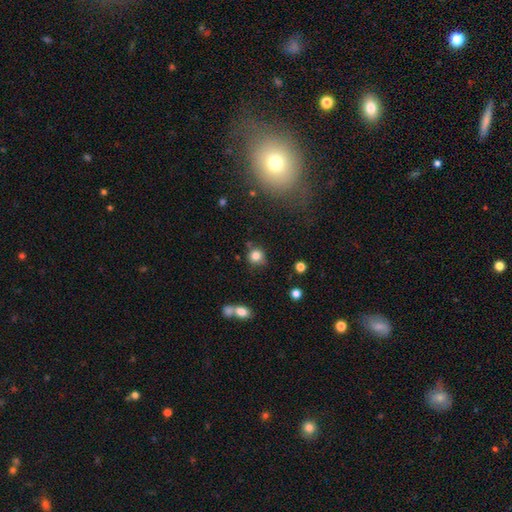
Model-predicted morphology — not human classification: This appears to be a smooth galaxy with no disk features (82%) that is round (85%). Merging: none (71%).